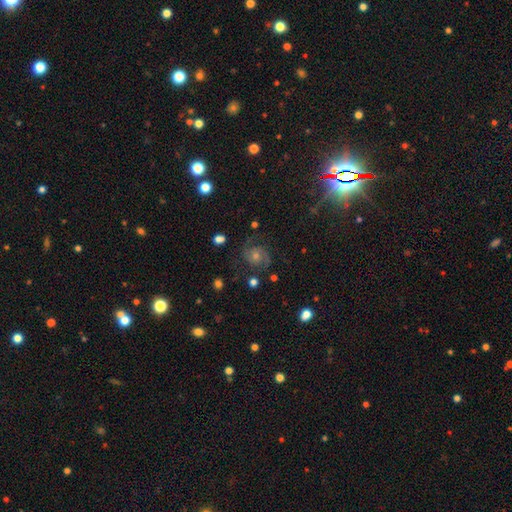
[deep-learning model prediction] Smooth or featured? Predicted: featured or disk (p=0.64). Edge-on disk? Predicted: no (p=0.97). Bar? Predicted: no (p=0.71). Spiral arms? Predicted: yes (p=0.94). Spiral winding? Predicted: medium (p=0.46). Spiral arm count? Predicted: 2 (p=0.68). Bulge size? Predicted: moderate (p=0.52). Merging? Predicted: none (p=0.78).